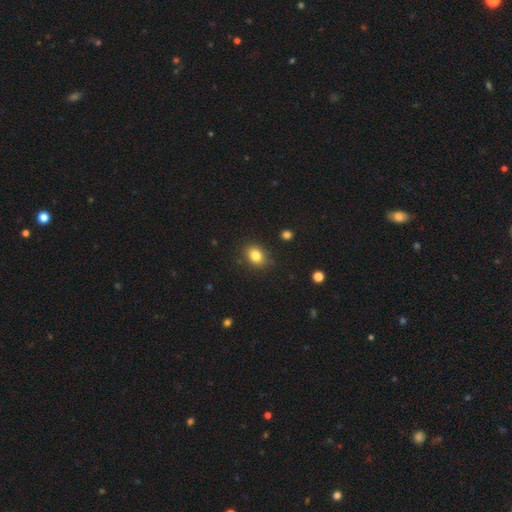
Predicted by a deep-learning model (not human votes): Smooth or featured? Predicted: smooth (p=0.83). How rounded? Predicted: in between (p=0.61). Merging? Predicted: none (p=0.82).